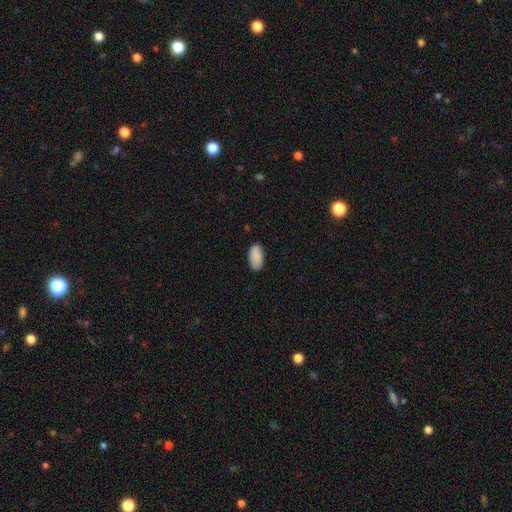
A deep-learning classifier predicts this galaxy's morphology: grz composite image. It shows a smooth galaxy with no disk features (90%) that is in between round and cigar-shaped (94%). Merging: none (84%).